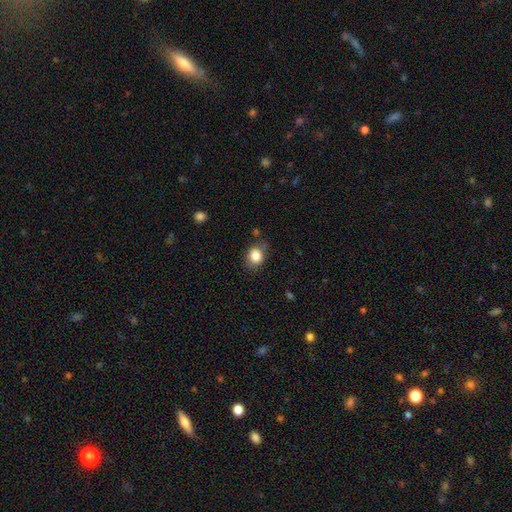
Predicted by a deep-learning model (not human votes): Smooth or featured?
  - smooth: 84% *
  - star or artifact: 9%
  - featured or disk: 7%
How rounded?
  - in between: 50% *
  - round: 49%
  - cigar-shaped: 1%
Merging?
  - none: 73% *
  - minor disturbance: 19%
  - major disturbance: 5%
  - merger: 3%